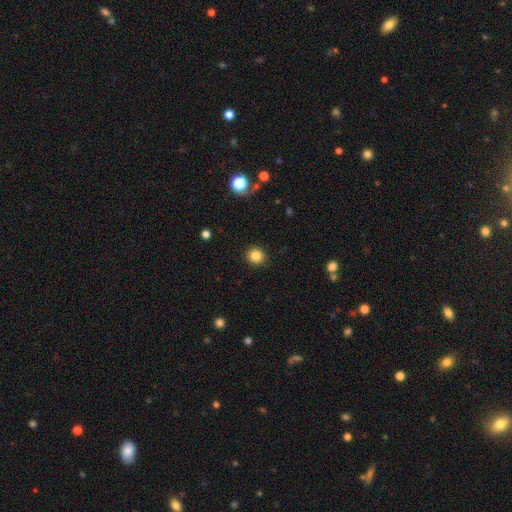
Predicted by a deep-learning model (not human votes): Smooth or featured?
  - smooth: 85% *
  - star or artifact: 11%
  - featured or disk: 4%
How rounded?
  - round: 90% *
  - in between: 9%
  - cigar-shaped: 1%
Merging?
  - none: 92% *
  - minor disturbance: 5%
  - major disturbance: 2%
  - merger: 1%